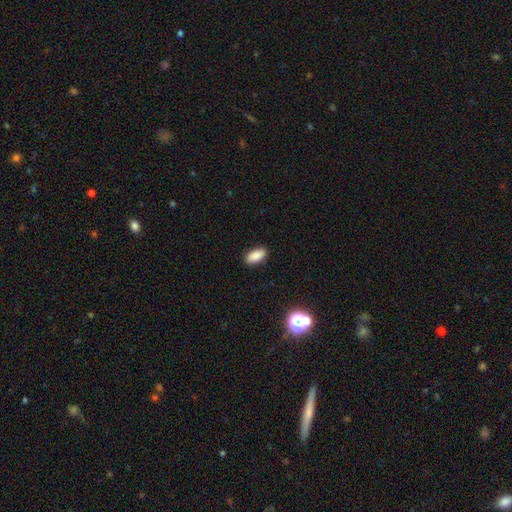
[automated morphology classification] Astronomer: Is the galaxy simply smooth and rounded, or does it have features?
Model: smooth — 87%.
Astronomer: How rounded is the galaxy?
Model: in between — 90%.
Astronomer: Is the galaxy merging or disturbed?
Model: none — 88%.